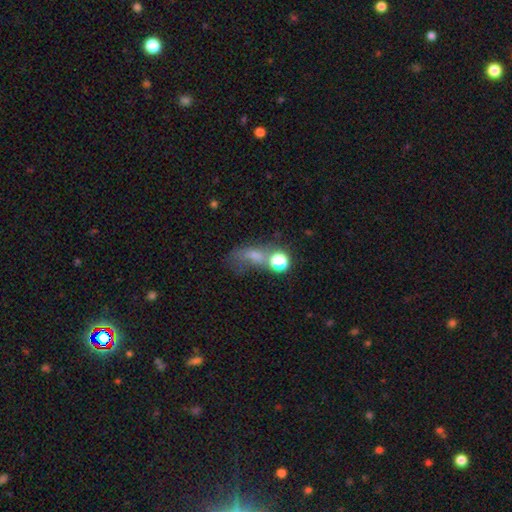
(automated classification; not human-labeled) smooth-or-featured: smooth: 54% | star or artifact: 25% | featured or disk: 21%
  how-rounded: in between: 60% | round: 29% | cigar-shaped: 11%
  merging: none: 30% | major disturbance: 29% | merger: 23% | minor disturbance: 18%